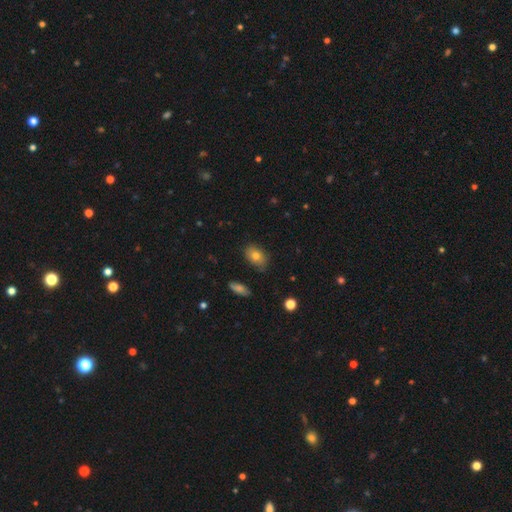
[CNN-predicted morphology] smooth_or_featured: smooth (p=0.77) [alt: featured or disk p=0.13]
how_rounded: in between (p=0.83) [alt: round p=0.15]
merging: none (p=0.79) [alt: minor disturbance p=0.16]